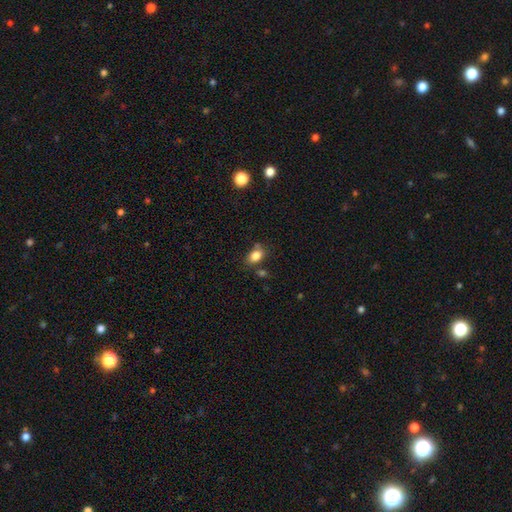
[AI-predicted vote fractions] Morphology: type=smooth (83%); roundness=in between (82%); merging=none (68%).